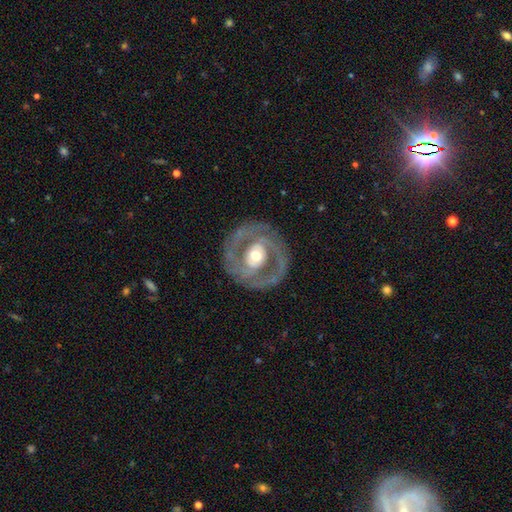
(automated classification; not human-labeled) Smooth or featured? Predicted: featured or disk (p=0.84). Edge-on disk? Predicted: no (p=0.97). Bar? Predicted: no (p=0.50). Spiral arms? Predicted: yes (p=0.84). Spiral winding? Predicted: tight (p=0.49). Spiral arm count? Predicted: 2 (p=0.77). Bulge size? Predicted: moderate (p=0.67). Merging? Predicted: none (p=0.82).